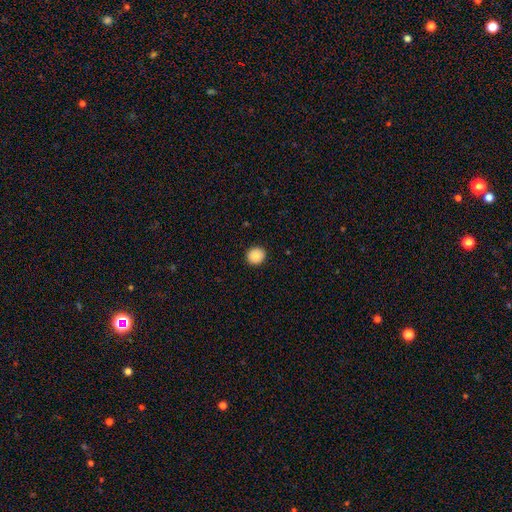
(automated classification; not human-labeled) Smooth or featured: smooth — 88% (star or artifact — 8%)
How rounded: round — 89% (in between — 10%)
Merging: none — 92% (minor disturbance — 5%)